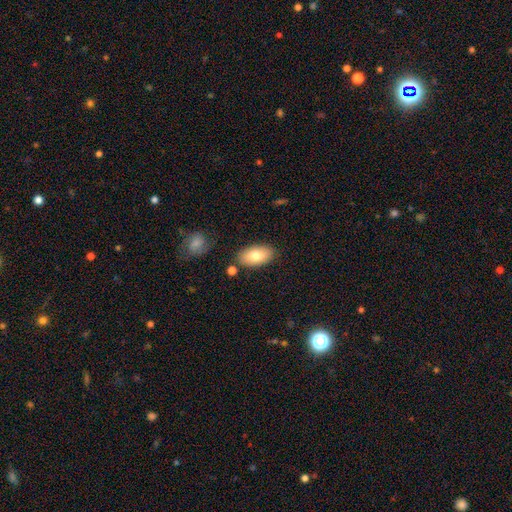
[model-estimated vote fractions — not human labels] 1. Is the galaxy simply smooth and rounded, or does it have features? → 78% smooth, 15% featured or disk, 7% star or artifact.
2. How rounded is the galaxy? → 93% in between, 4% round, 3% cigar-shaped.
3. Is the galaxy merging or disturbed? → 83% none, 11% minor disturbance, 4% merger, 3% major disturbance.